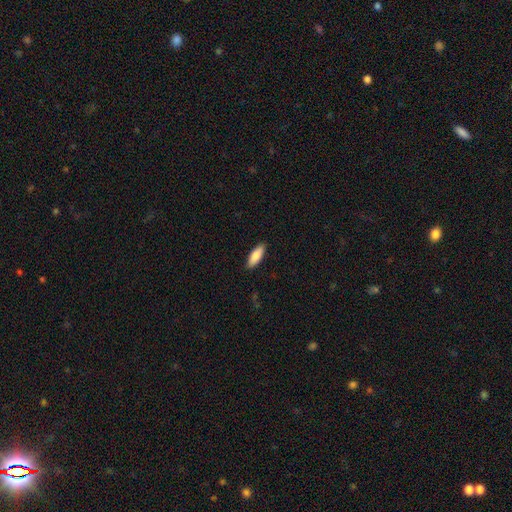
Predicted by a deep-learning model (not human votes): A smooth galaxy with no disk features (86%) that is in between round and cigar-shaped (65%).

Vote fractions:
- Smooth or featured? smooth: 86% / featured or disk: 9% / star or artifact: 5%
- How rounded? in between: 65% / cigar-shaped: 33% / round: 2%
- Merging? none: 89% / minor disturbance: 8% / major disturbance: 2% / merger: 1%